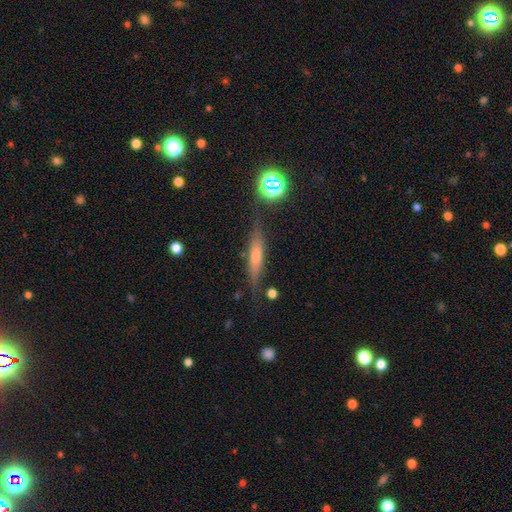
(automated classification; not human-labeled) A smooth galaxy with no disk features (47%). Merging: none (76%).